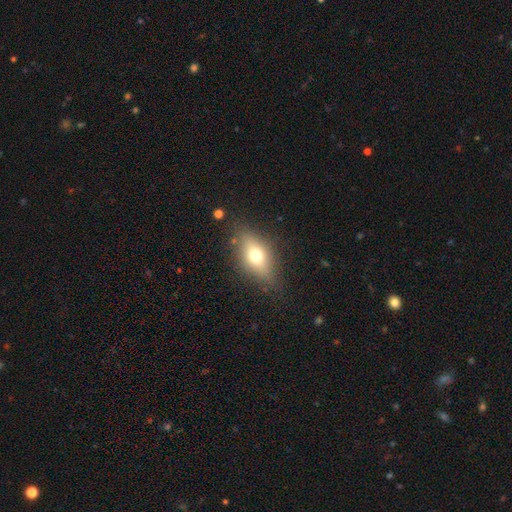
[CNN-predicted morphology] smooth-or-featured: smooth: 64% | featured or disk: 26% | star or artifact: 10%
  how-rounded: in between: 78% | round: 13% | cigar-shaped: 10%
  merging: none: 78% | minor disturbance: 15% | major disturbance: 5% | merger: 2%